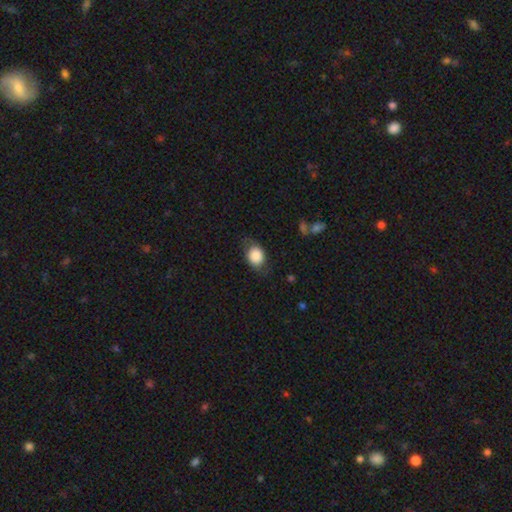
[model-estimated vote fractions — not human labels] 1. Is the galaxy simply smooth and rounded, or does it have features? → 80% smooth, 12% featured or disk, 7% star or artifact.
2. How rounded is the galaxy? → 55% in between, 43% round, 1% cigar-shaped.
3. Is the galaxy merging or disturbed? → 65% none, 24% minor disturbance, 9% major disturbance, 2% merger.